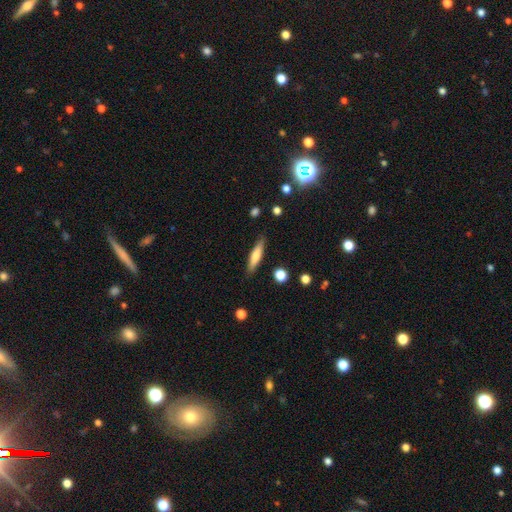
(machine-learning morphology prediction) Overall: smooth (63%; featured or disk 30%). How rounded: cigar-shaped (80%). Merging: none (87%).